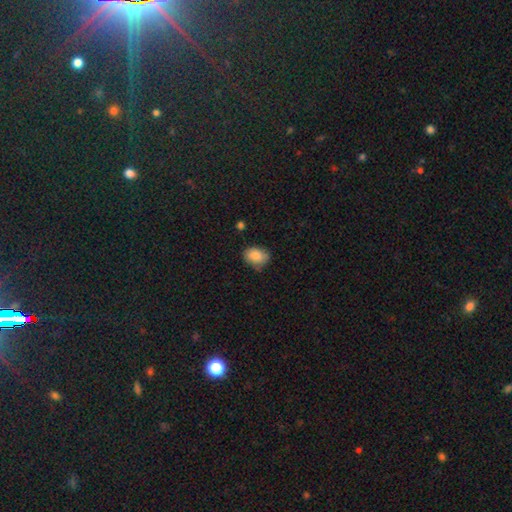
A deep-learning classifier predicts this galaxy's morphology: The model was most divided on "how rounded": in between: 68%, round: 31%, cigar-shaped: 1%. More confident: smooth or featured — smooth (86%); merging — none (65%).